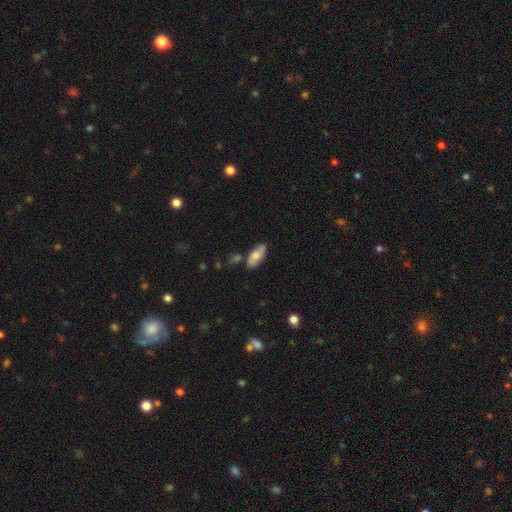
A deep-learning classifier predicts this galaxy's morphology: Smooth or featured? smooth (63%)
How rounded? in between (86%)
Merging? none (74%)